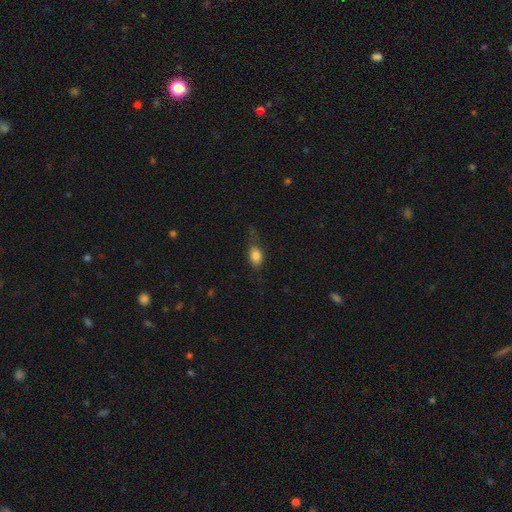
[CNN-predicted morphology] smooth 82%, featured or disk 9%, star or artifact 9%. Down the decision tree: how rounded — in between (79%); merging — none (54%).